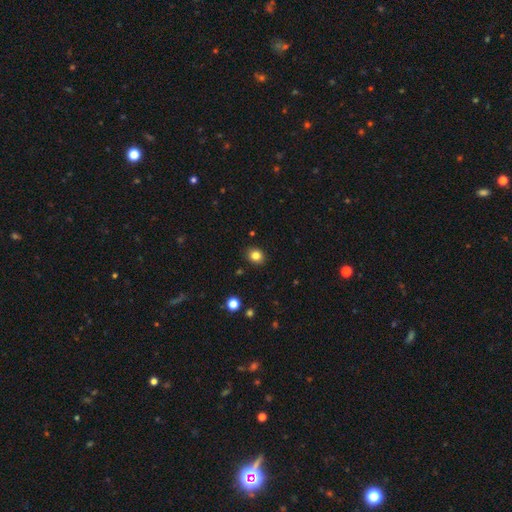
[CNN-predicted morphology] Smooth or featured: smooth — 83% (star or artifact — 11%)
How rounded: round — 64% (in between — 36%)
Merging: none — 90% (minor disturbance — 7%)